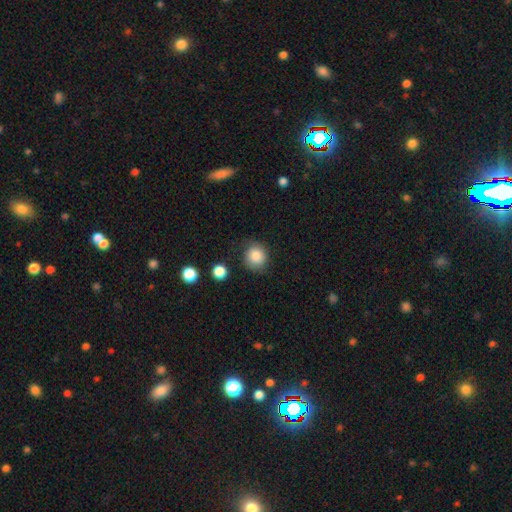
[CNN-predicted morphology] smooth_or_featured: smooth (p=0.84) [alt: star or artifact p=0.09]
how_rounded: round (p=0.87) [alt: in between p=0.12]
merging: none (p=0.78) [alt: minor disturbance p=0.16]